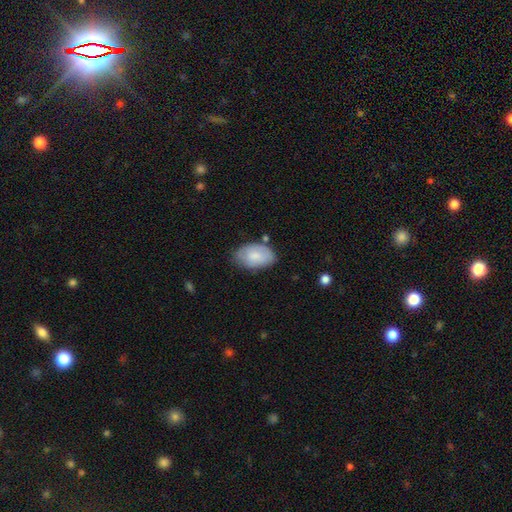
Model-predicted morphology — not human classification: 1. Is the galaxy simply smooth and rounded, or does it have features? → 76% smooth, 18% featured or disk, 6% star or artifact.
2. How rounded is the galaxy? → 93% in between, 6% round, 1% cigar-shaped.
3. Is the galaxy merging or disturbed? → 65% none, 26% minor disturbance, 5% major disturbance, 4% merger.